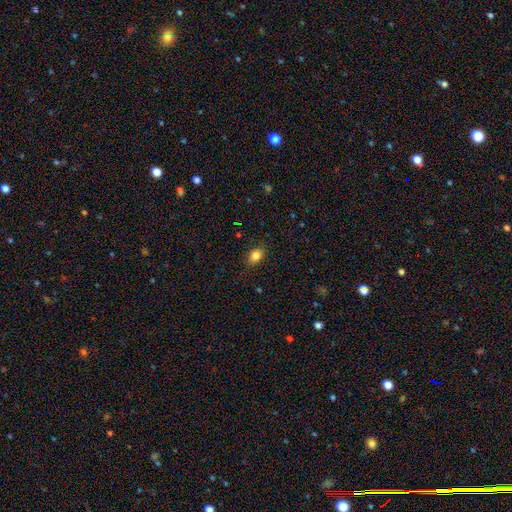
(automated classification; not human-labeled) Morphology: type=smooth (84%); roundness=in between (70%); merging=none (87%).